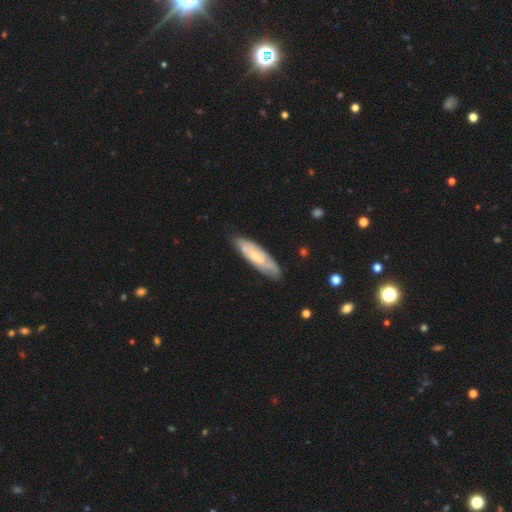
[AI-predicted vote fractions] The model was most divided on "smooth or featured": featured or disk: 49%, smooth: 46%, star or artifact: 6%. More confident: merging — none (77%).